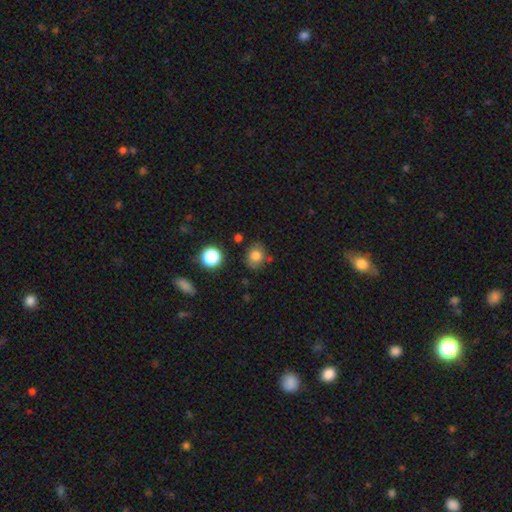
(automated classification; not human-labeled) Smooth or featured? smooth (77%)
How rounded? round (66%)
Merging? none (71%)